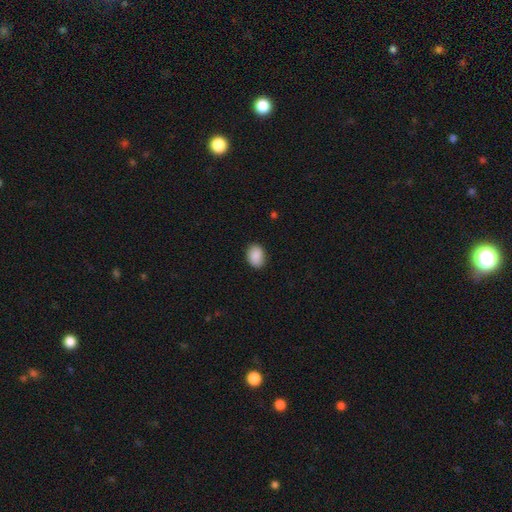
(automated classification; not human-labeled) Smooth or featured?
  - smooth: 89% *
  - star or artifact: 7%
  - featured or disk: 4%
How rounded?
  - in between: 73% *
  - round: 26%
  - cigar-shaped: 1%
Merging?
  - none: 86% *
  - minor disturbance: 11%
  - major disturbance: 2%
  - merger: 1%